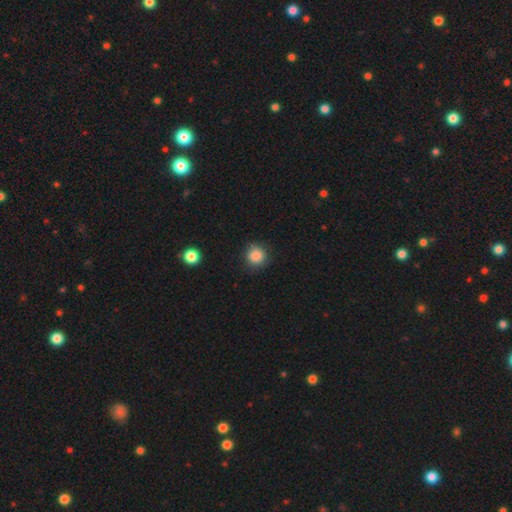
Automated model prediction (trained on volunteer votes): Smooth or featured: smooth — 86% (star or artifact — 10%)
How rounded: round — 90% (in between — 9%)
Merging: none — 82% (minor disturbance — 14%)